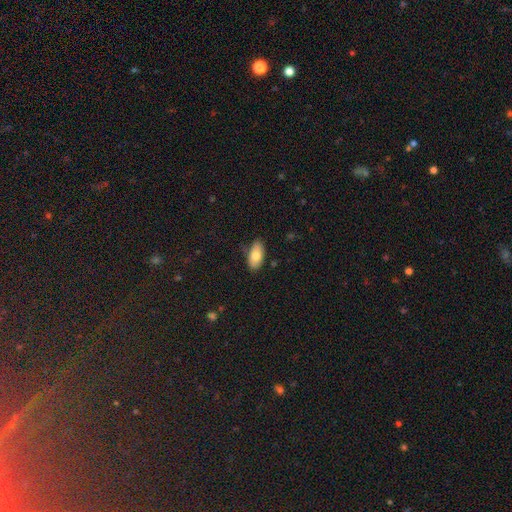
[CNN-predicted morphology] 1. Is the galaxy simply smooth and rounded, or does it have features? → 80% smooth, 13% featured or disk, 7% star or artifact.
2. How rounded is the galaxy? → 91% in between, 6% cigar-shaped, 3% round.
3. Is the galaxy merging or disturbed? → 80% none, 16% minor disturbance, 3% major disturbance, 2% merger.